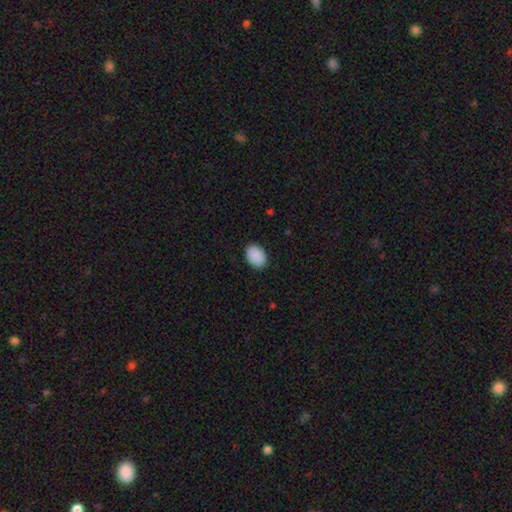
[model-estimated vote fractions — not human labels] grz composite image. It shows a smooth galaxy with no disk features (91%) that is in between round and cigar-shaped (78%). Merging: none (89%).